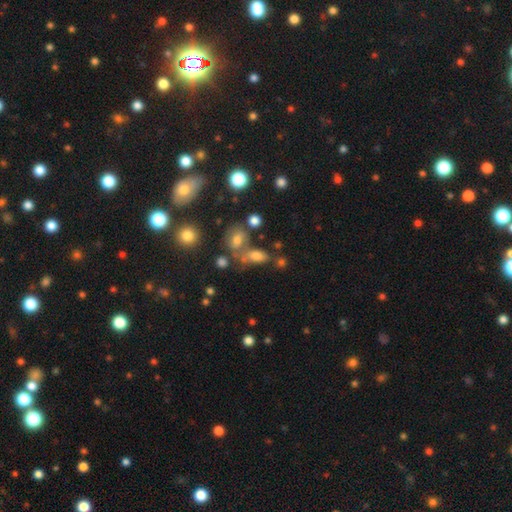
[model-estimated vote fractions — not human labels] smooth 67%, star or artifact 19%, featured or disk 14%. Down the decision tree: how rounded — in between (79%); merging — none (51%).